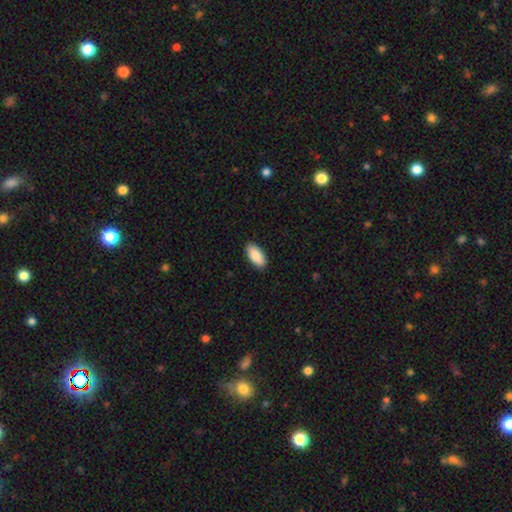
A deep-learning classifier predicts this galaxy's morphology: The model was most divided on "merging": none: 89%, minor disturbance: 8%, major disturbance: 2%, merger: 1%. More confident: how rounded — in between (93%); smooth or featured — smooth (88%).